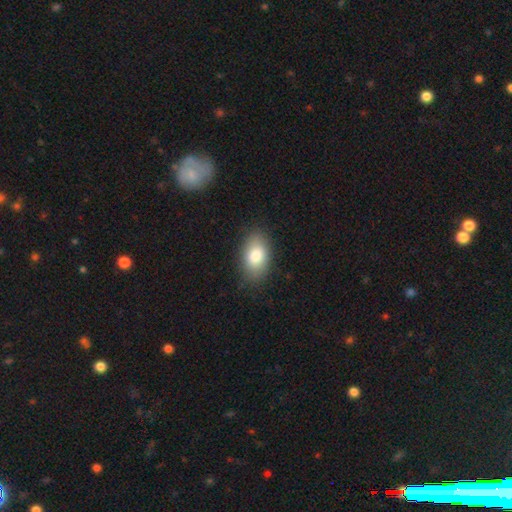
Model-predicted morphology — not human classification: A smooth galaxy with no disk features (83%) that is in between round and cigar-shaped (91%). Merging: none (85%).